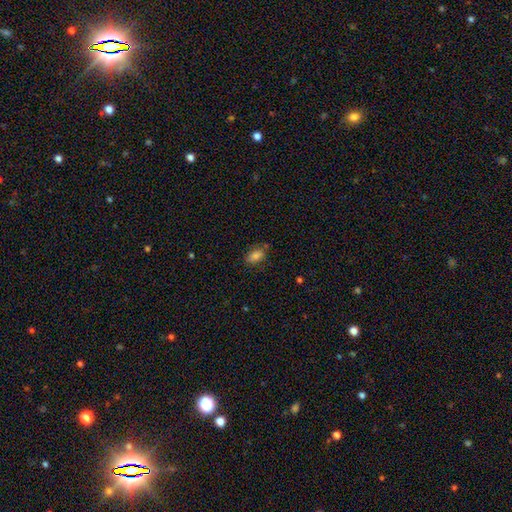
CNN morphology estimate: Smooth or featured? smooth (82%)
How rounded? in between (89%)
Merging? none (75%)